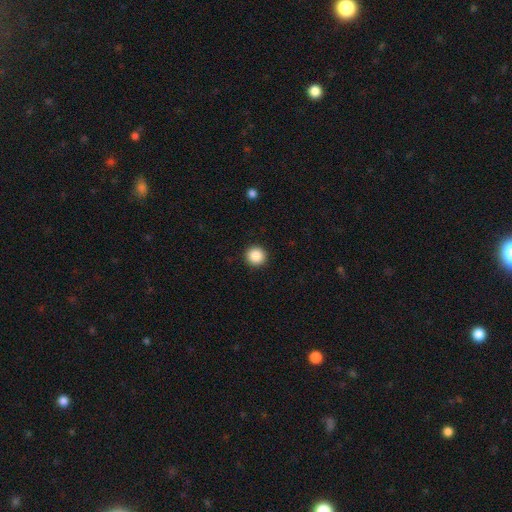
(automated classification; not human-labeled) Morphology: type=smooth (88%); roundness=round (95%); merging=none (93%).